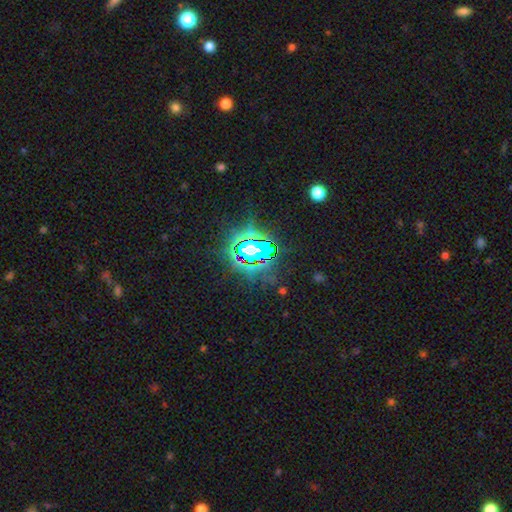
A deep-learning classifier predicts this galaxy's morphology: Q: Smooth or featured?
A: star or artifact (80%); runner-up: smooth (12%)